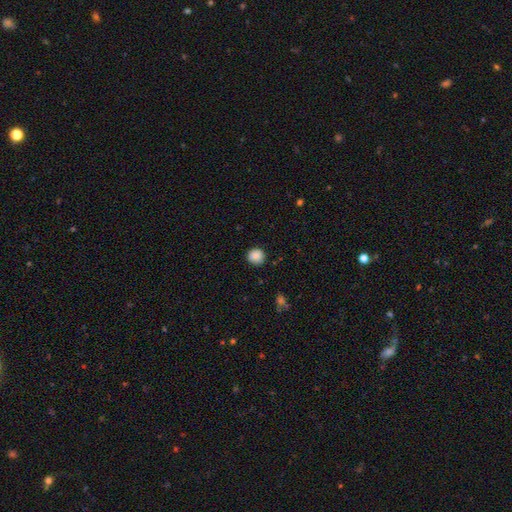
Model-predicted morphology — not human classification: Smooth or featured? smooth (86%)
How rounded? round (91%)
Merging? none (87%)